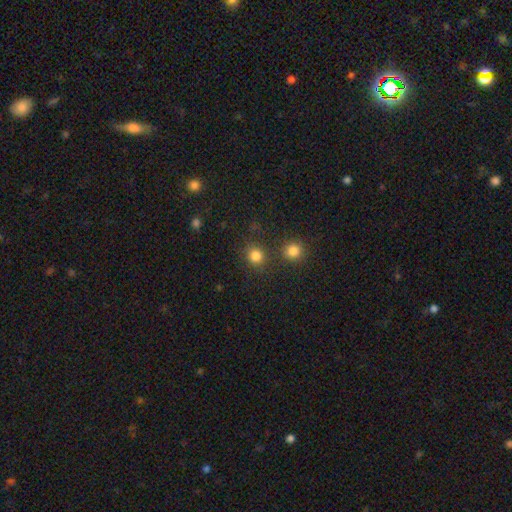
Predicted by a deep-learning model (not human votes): This appears to be a smooth galaxy with no disk features (82%) that is round (86%). Merging: none (78%).